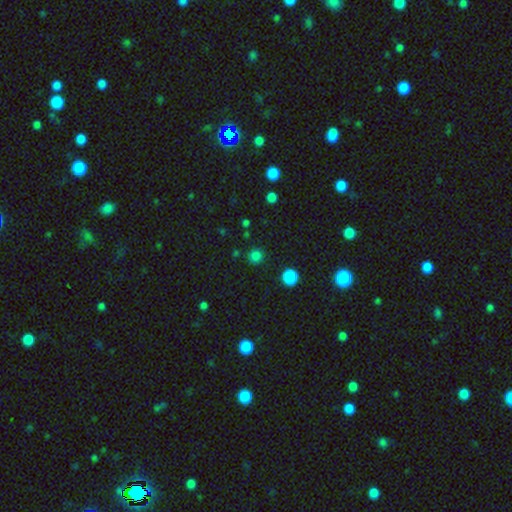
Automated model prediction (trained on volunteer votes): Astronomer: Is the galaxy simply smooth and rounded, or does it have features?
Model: smooth — 78%.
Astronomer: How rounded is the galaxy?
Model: round — 92%.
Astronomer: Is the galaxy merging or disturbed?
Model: none — 87%.